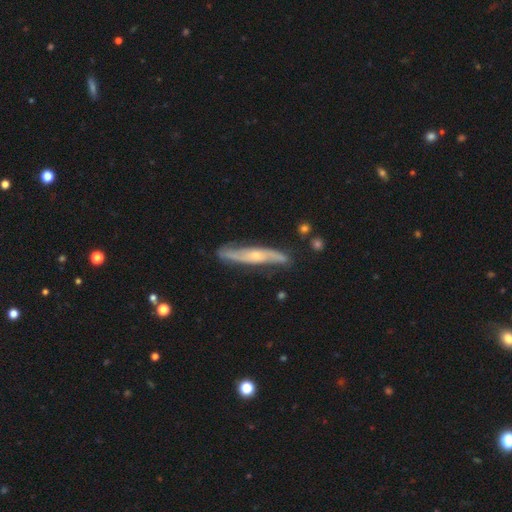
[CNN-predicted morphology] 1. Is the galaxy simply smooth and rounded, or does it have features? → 76% featured or disk, 18% smooth, 6% star or artifact.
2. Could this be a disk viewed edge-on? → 59% yes, 41% no.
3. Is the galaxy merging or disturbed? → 80% none, 15% minor disturbance, 3% major disturbance, 2% merger.